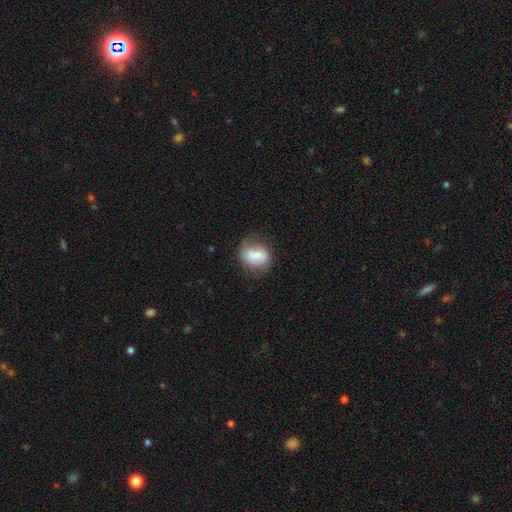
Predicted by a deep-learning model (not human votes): smooth-or-featured: smooth: 70% | featured or disk: 22% | star or artifact: 8%
  how-rounded: round: 50% | in between: 48% | cigar-shaped: 1%
  merging: none: 58% | minor disturbance: 27% | major disturbance: 10% | merger: 5%